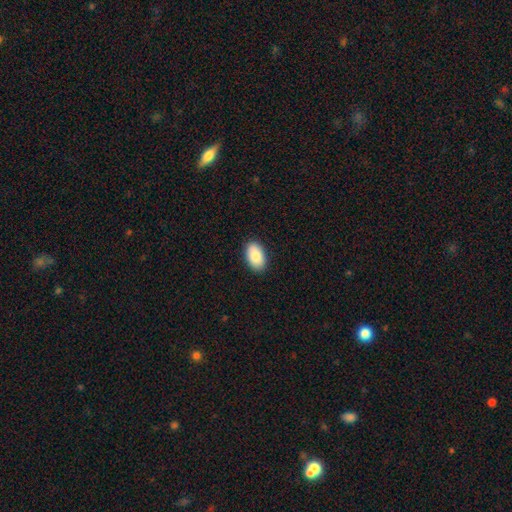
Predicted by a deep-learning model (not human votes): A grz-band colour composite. It shows a smooth galaxy with no disk features (86%) that is in between round and cigar-shaped (93%). Merging: none (89%).